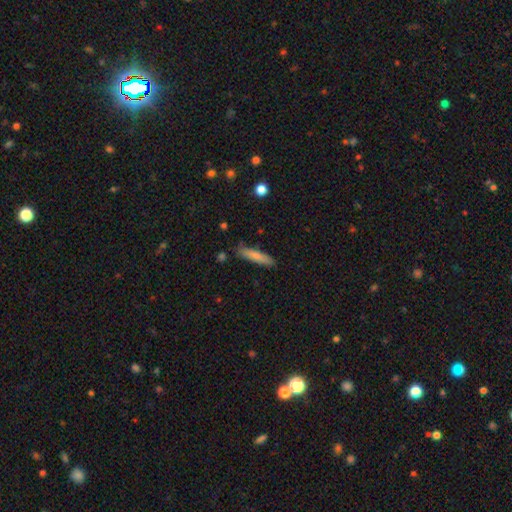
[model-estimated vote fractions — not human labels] Morphology: type=smooth (79%); roundness=cigar-shaped (85%); merging=none (84%).